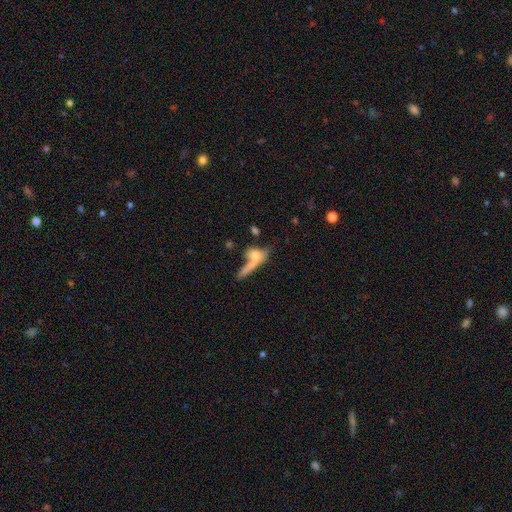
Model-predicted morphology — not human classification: Smooth or featured?
  - smooth: 47% *
  - featured or disk: 40%
  - star or artifact: 13%
Merging?
  - none: 35% *
  - merger: 34%
  - major disturbance: 17%
  - minor disturbance: 14%